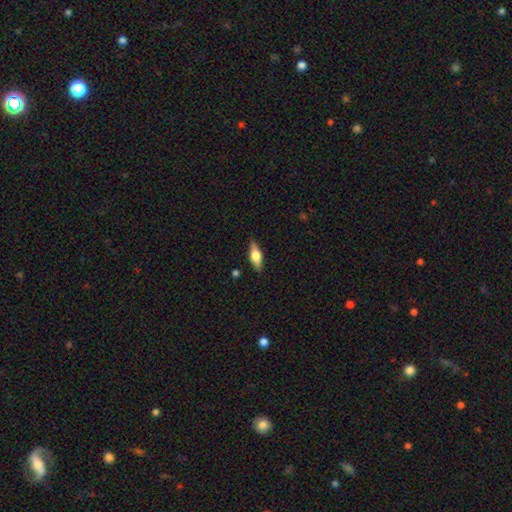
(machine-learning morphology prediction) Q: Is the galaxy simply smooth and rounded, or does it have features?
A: smooth — 53%.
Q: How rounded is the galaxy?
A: in between — 66%.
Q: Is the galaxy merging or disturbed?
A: none — 86%.